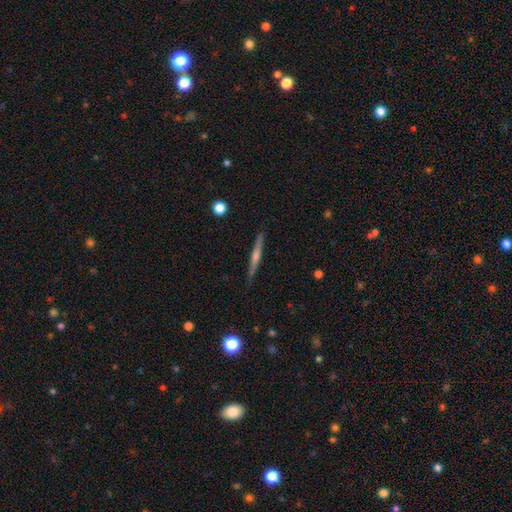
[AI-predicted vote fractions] smooth_or_featured: featured or disk (p=0.71) [alt: smooth p=0.22]
disk_edge_on: yes (p=0.98) [alt: no p=0.02]
edge_on_bulge: rounded (p=0.74) [alt: none p=0.18]
merging: none (p=0.91) [alt: minor disturbance p=0.07]